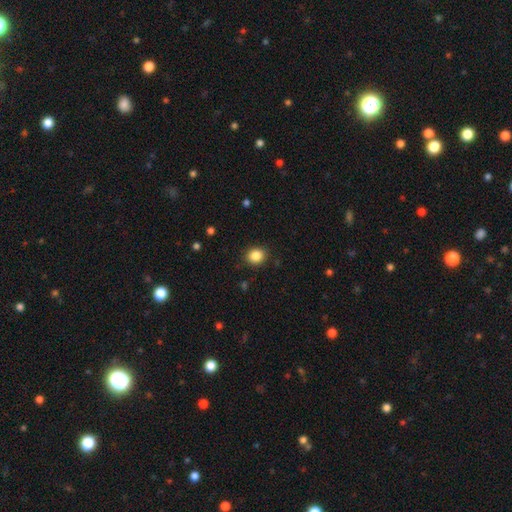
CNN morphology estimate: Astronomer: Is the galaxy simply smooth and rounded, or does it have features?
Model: smooth — 86%.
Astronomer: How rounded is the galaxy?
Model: round — 73%.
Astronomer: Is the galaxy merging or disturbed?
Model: none — 89%.